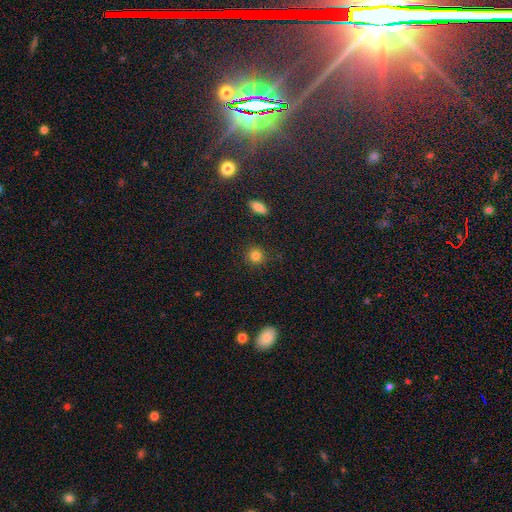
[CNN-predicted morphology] The model was most divided on "smooth or featured": smooth: 83%, star or artifact: 12%, featured or disk: 5%. More confident: how rounded — round (90%); merging — none (88%).